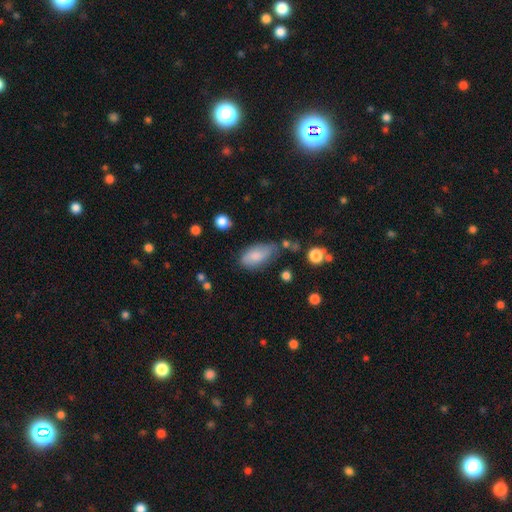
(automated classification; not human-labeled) Overall: smooth (77%). How rounded: in between (92%). Merging: none (51%; minor disturbance 33%).